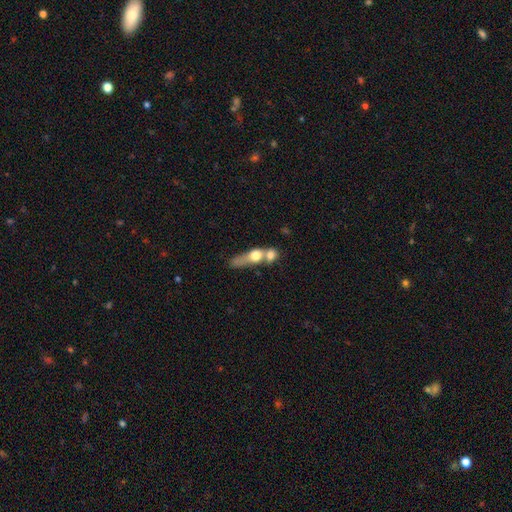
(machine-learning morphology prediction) This is likely a smooth galaxy (61%). How rounded: marginally in between (41%). Merging: likely merger (70%).